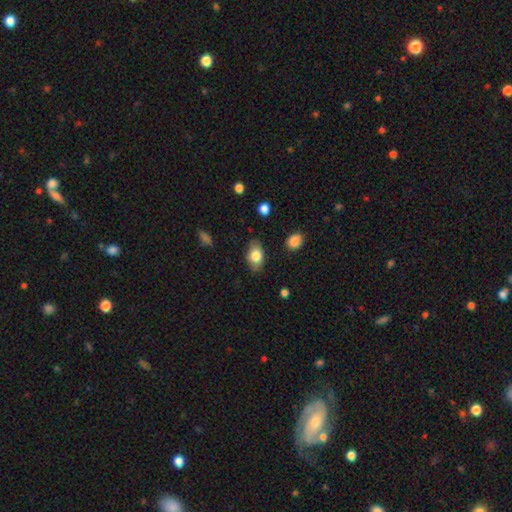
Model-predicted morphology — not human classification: A smooth galaxy with no disk features (78%) that is in between round and cigar-shaped (89%).

Vote fractions:
- Smooth or featured? smooth: 78% / featured or disk: 15% / star or artifact: 7%
- How rounded? in between: 89% / round: 9% / cigar-shaped: 2%
- Merging? none: 82% / minor disturbance: 14% / major disturbance: 3% / merger: 1%